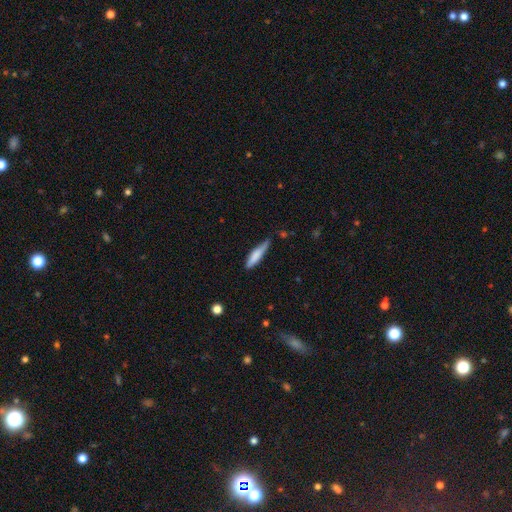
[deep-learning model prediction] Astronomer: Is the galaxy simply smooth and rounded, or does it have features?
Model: smooth — 73%.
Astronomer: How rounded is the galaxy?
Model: cigar-shaped — 80%.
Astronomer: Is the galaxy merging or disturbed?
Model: none — 61%.